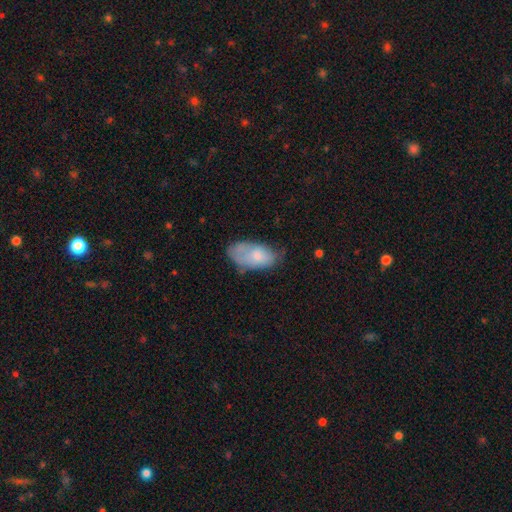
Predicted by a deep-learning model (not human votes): smooth-or-featured: smooth: 71% | featured or disk: 22% | star or artifact: 7%
  how-rounded: in between: 94% | round: 3% | cigar-shaped: 3%
  merging: none: 46% | minor disturbance: 36% | major disturbance: 15% | merger: 4%